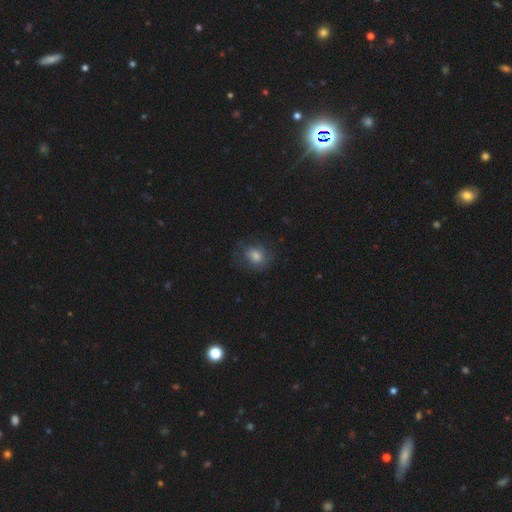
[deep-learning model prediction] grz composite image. It shows a smooth galaxy with no disk features (71%) that is round (63%). Merging: none (71%).